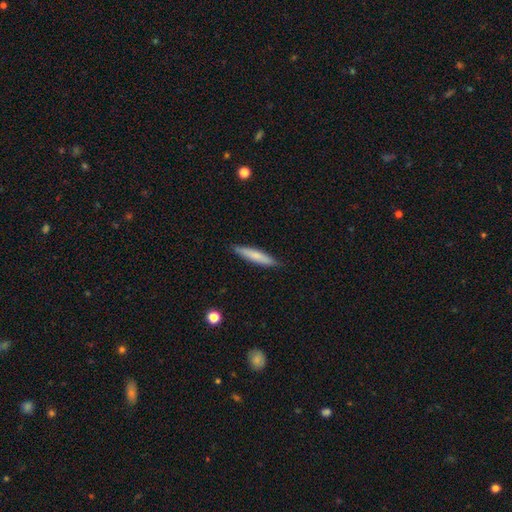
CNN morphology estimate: A smooth galaxy with no disk features (74%) that is cigar-shaped (90%).

Vote fractions:
- Smooth or featured? smooth: 74% / featured or disk: 20% / star or artifact: 6%
- How rounded? cigar-shaped: 90% / in between: 9% / round: 1%
- Merging? none: 88% / minor disturbance: 9% / major disturbance: 2% / merger: 1%